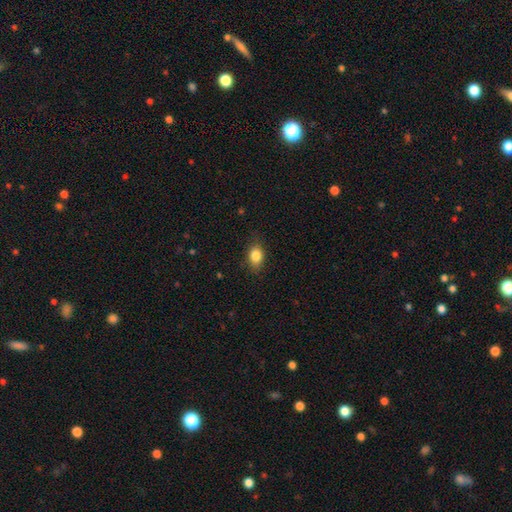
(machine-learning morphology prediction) smooth_or_featured: smooth (p=0.84) [alt: star or artifact p=0.09]
how_rounded: in between (p=0.72) [alt: round p=0.27]
merging: none (p=0.82) [alt: minor disturbance p=0.14]